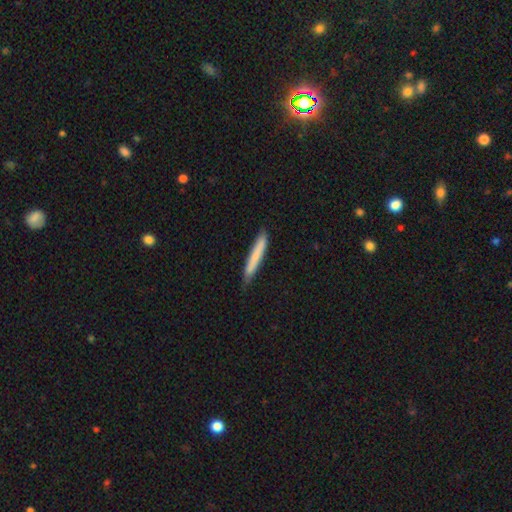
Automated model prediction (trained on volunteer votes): Smooth or featured: smooth — 74% (featured or disk — 20%)
How rounded: cigar-shaped — 95% (in between — 4%)
Merging: none — 79% (minor disturbance — 17%)